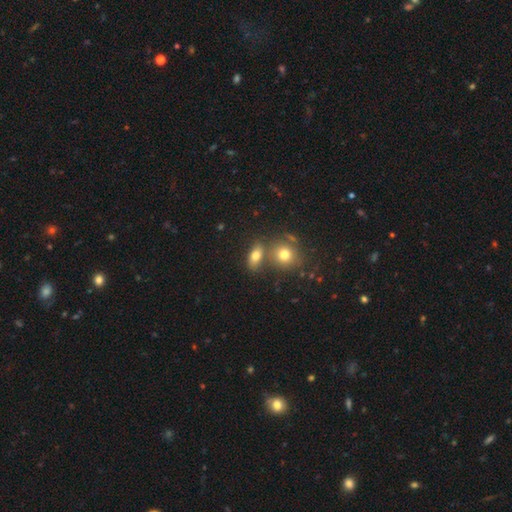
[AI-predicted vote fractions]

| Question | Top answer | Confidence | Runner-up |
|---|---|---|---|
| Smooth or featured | smooth | 74% | featured or disk (14%) |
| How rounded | in between | 76% | round (18%) |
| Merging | none | 58% | merger (26%) |